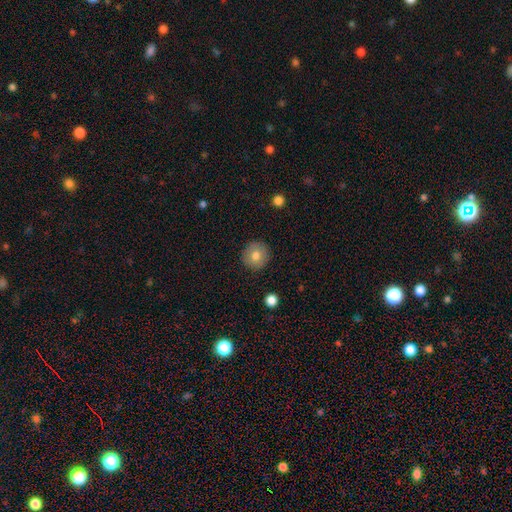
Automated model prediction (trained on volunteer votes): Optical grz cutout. It shows a smooth galaxy with no disk features (77%) that is round (93%). Merging: none (90%).